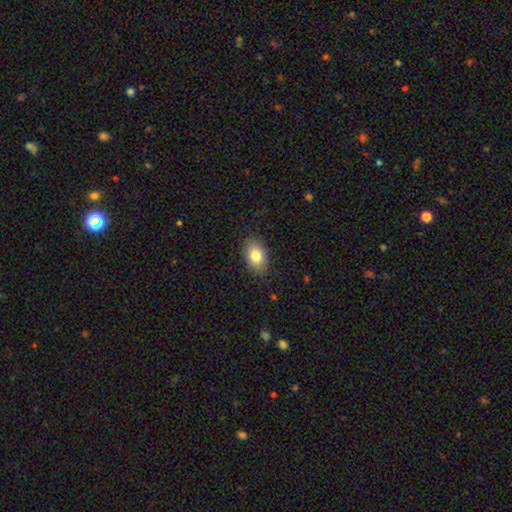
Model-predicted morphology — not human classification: smooth_or_featured: smooth (p=0.83) [alt: featured or disk p=0.09]
how_rounded: in between (p=0.85) [alt: round p=0.14]
merging: none (p=0.87) [alt: minor disturbance p=0.10]